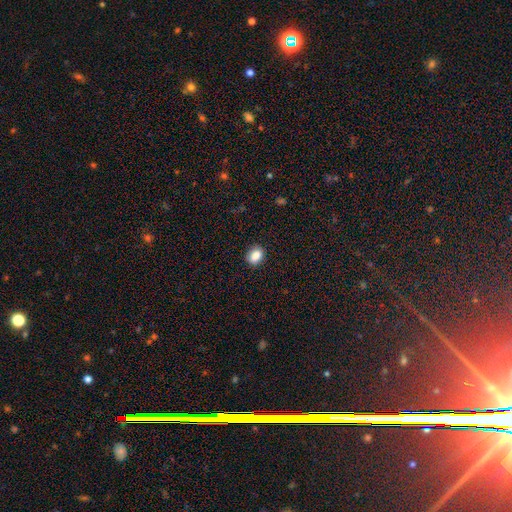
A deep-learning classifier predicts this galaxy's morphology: This appears to be a smooth galaxy with no disk features (87%) that is in between round and cigar-shaped (63%). Merging: none (87%).